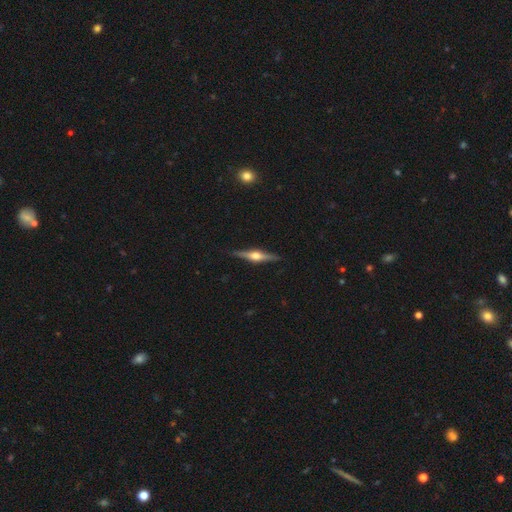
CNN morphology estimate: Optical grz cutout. It shows a featured or disk galaxy (78%) viewed edge-on (98%) with a rounded central bulge (94%). Merging: none (90%).